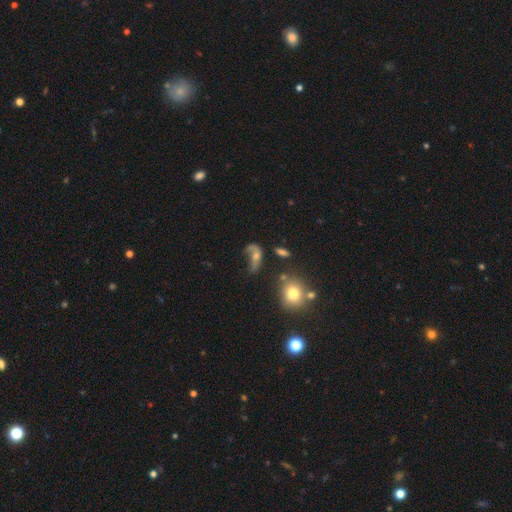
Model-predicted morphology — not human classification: featured or disk 47%, smooth 36%, star or artifact 17%. Down the decision tree: merging — major disturbance (36%).